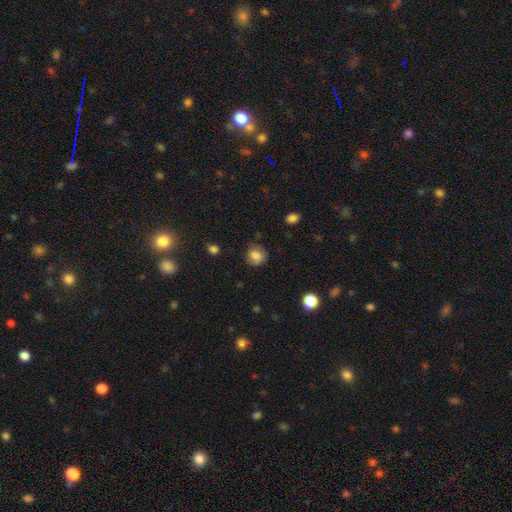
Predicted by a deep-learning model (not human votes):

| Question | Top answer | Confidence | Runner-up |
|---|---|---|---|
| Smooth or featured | smooth | 83% | star or artifact (10%) |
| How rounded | round | 84% | in between (16%) |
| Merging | none | 81% | minor disturbance (14%) |